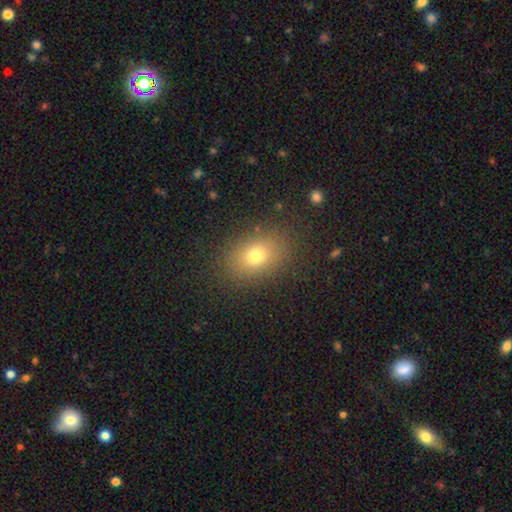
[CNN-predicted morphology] type=smooth (74%); roundness=in between (71%); merging=none (85%).